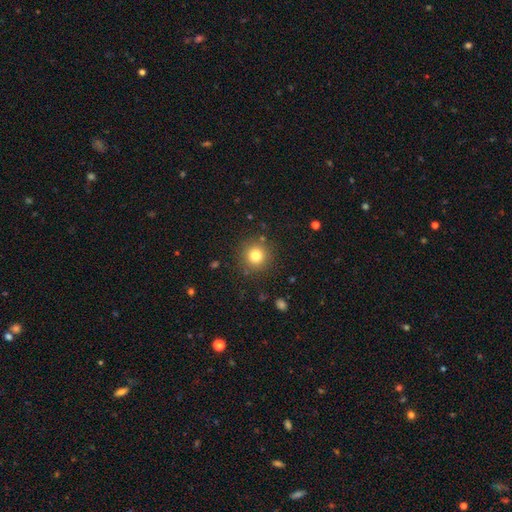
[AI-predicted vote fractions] The model was most divided on "smooth or featured": smooth: 79%, star or artifact: 13%, featured or disk: 8%. More confident: how rounded — round (94%); merging — none (88%).